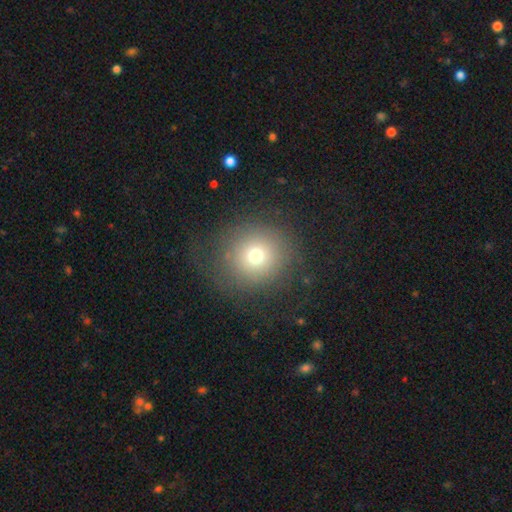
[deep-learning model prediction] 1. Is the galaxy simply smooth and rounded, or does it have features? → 70% smooth, 17% star or artifact, 13% featured or disk.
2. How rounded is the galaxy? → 91% round, 8% in between, 1% cigar-shaped.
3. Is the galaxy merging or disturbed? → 79% none, 11% minor disturbance, 9% major disturbance, 1% merger.